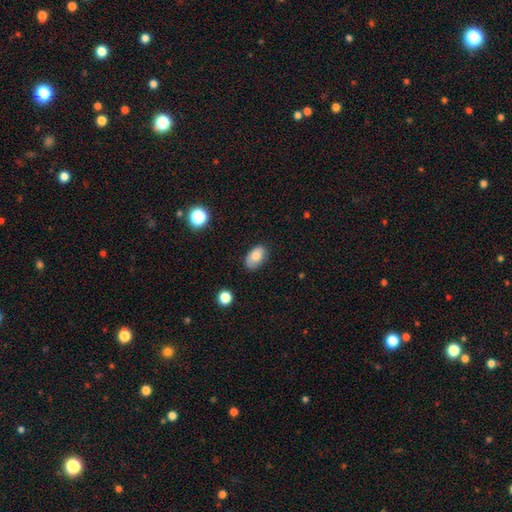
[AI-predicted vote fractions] This appears to be a smooth galaxy with no disk features (81%) that is in between round and cigar-shaped (92%). Merging: none (78%).